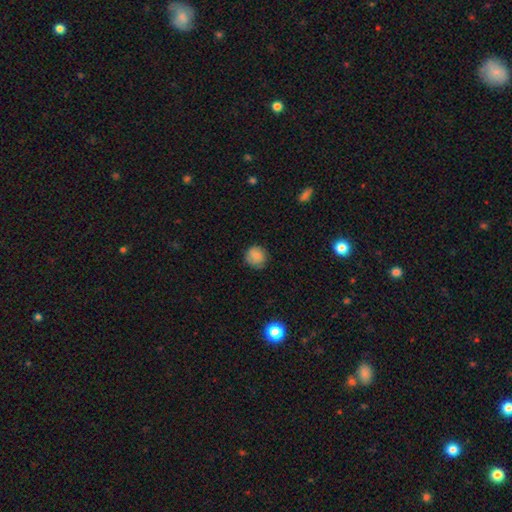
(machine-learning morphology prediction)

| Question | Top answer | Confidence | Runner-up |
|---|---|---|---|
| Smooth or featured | smooth | 85% | star or artifact (9%) |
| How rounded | round | 90% | in between (9%) |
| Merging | none | 82% | minor disturbance (14%) |